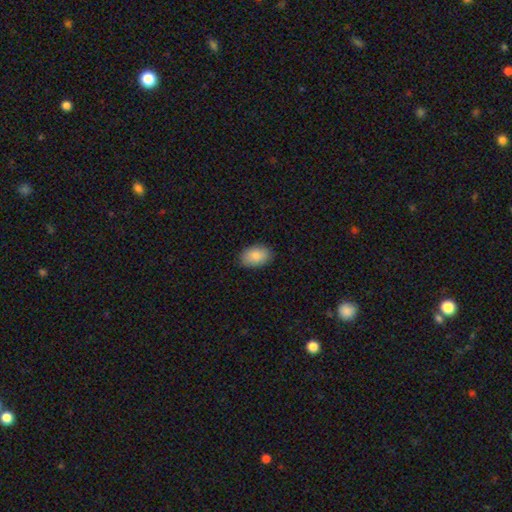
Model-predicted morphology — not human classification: smooth_or_featured: smooth (p=0.86) [alt: featured or disk p=0.07]
how_rounded: in between (p=0.89) [alt: round p=0.10]
merging: none (p=0.87) [alt: minor disturbance p=0.10]